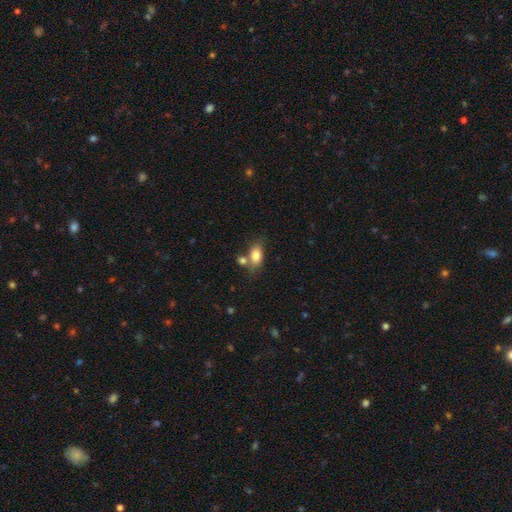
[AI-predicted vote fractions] Smooth or featured?
  - smooth: 81% *
  - featured or disk: 11%
  - star or artifact: 9%
How rounded?
  - in between: 84% *
  - round: 13%
  - cigar-shaped: 3%
Merging?
  - none: 55% *
  - merger: 26%
  - minor disturbance: 14%
  - major disturbance: 5%